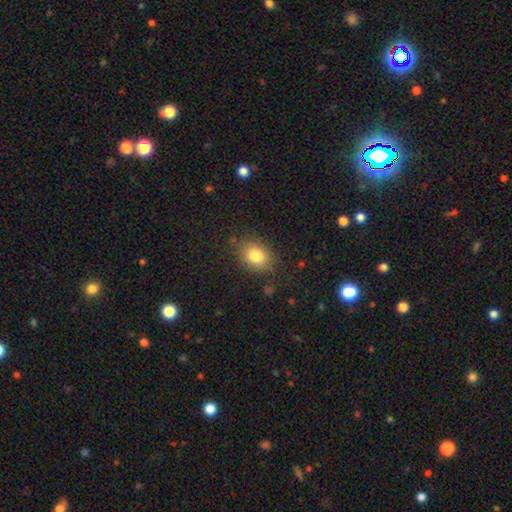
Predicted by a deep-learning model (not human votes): This appears to be a smooth galaxy with no disk features (82%) that is in between round and cigar-shaped (62%). Merging: none (82%).